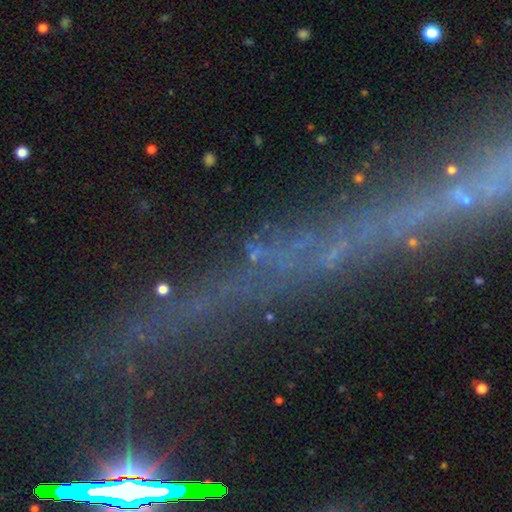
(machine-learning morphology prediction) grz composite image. It shows a star or artifact, not a galaxy (52%).